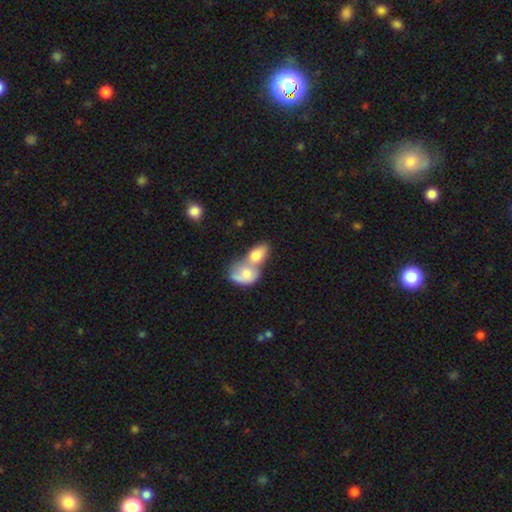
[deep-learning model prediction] Smooth or featured?
  - smooth: 75% *
  - featured or disk: 18%
  - star or artifact: 7%
How rounded?
  - in between: 81% *
  - round: 16%
  - cigar-shaped: 3%
Merging?
  - merger: 74% *
  - none: 17%
  - minor disturbance: 6%
  - major disturbance: 4%